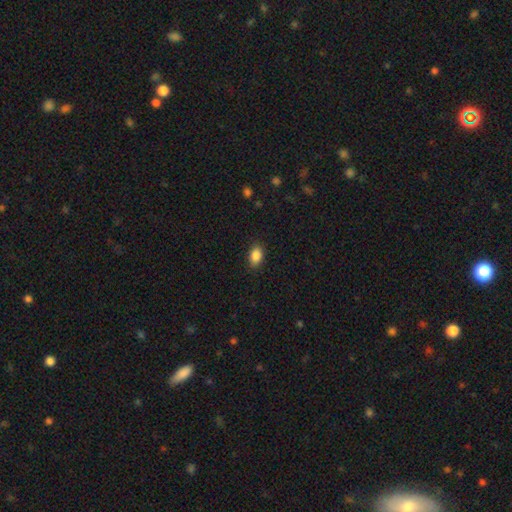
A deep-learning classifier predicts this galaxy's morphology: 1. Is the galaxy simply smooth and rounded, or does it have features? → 87% smooth, 8% star or artifact, 4% featured or disk.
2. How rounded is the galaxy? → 85% in between, 13% round, 2% cigar-shaped.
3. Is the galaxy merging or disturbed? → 87% none, 10% minor disturbance, 2% major disturbance, 1% merger.